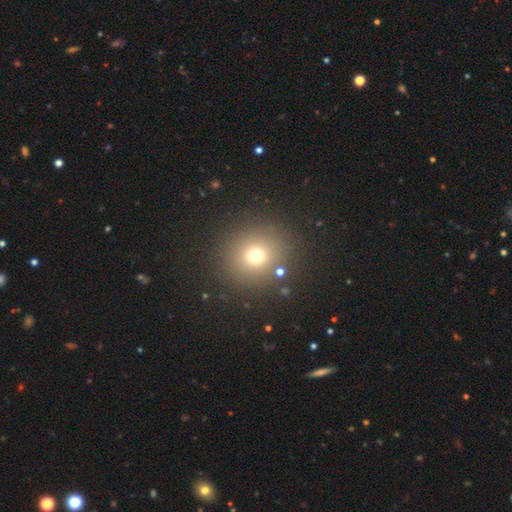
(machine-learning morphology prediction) Smooth or featured?
  - smooth: 70% *
  - star or artifact: 21%
  - featured or disk: 10%
How rounded?
  - round: 90% *
  - in between: 9%
  - cigar-shaped: 1%
Merging?
  - none: 86% *
  - minor disturbance: 7%
  - major disturbance: 4%
  - merger: 3%